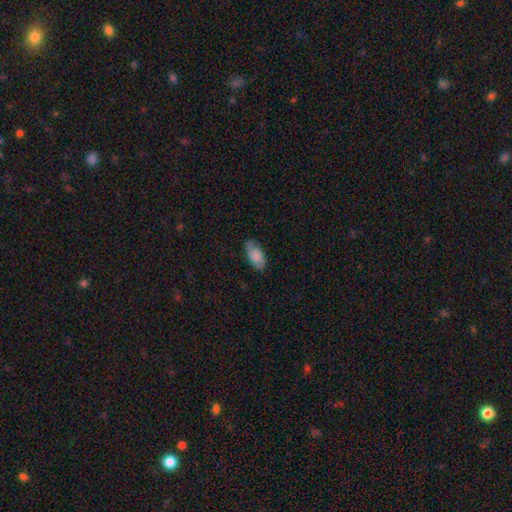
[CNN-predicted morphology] A smooth galaxy with no disk features (73%) that is in between round and cigar-shaped (92%).

Vote fractions:
- Smooth or featured? smooth: 73% / featured or disk: 20% / star or artifact: 7%
- How rounded? in between: 92% / cigar-shaped: 4% / round: 3%
- Merging? none: 74% / minor disturbance: 20% / major disturbance: 5% / merger: 1%